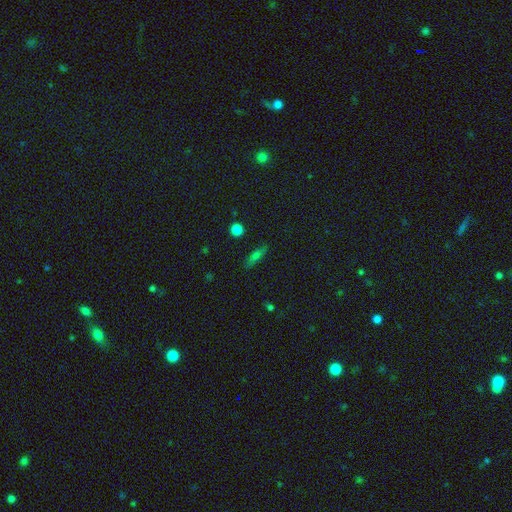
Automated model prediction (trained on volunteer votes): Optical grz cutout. It shows a smooth galaxy with no disk features (64%) that is cigar-shaped (64%). Merging: none (84%).